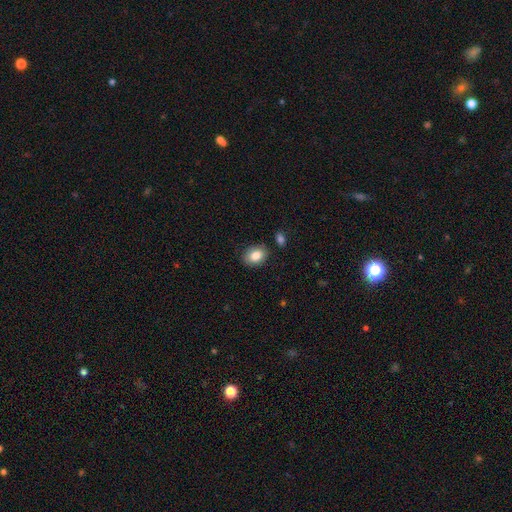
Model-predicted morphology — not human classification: smooth_or_featured: smooth (p=0.84) [alt: featured or disk p=0.09]
how_rounded: in between (p=0.75) [alt: round p=0.24]
merging: none (p=0.83) [alt: minor disturbance p=0.11]